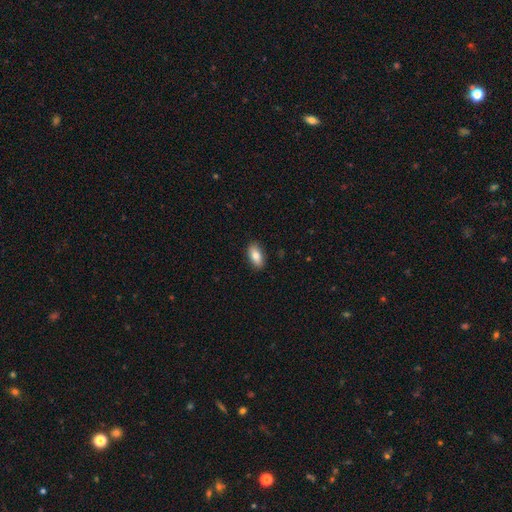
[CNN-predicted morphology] Q: Smooth or featured?
A: smooth (80%); runner-up: featured or disk (13%)
Q: How rounded?
A: in between (89%); runner-up: cigar-shaped (8%)
Q: Merging?
A: none (89%); runner-up: minor disturbance (9%)